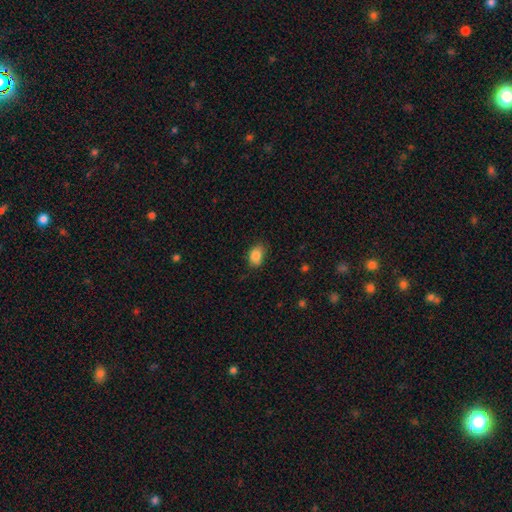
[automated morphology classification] Smooth or featured?
  - smooth: 86% *
  - star or artifact: 9%
  - featured or disk: 6%
How rounded?
  - in between: 75% *
  - round: 24%
  - cigar-shaped: 1%
Merging?
  - none: 72% *
  - minor disturbance: 23%
  - major disturbance: 4%
  - merger: 1%